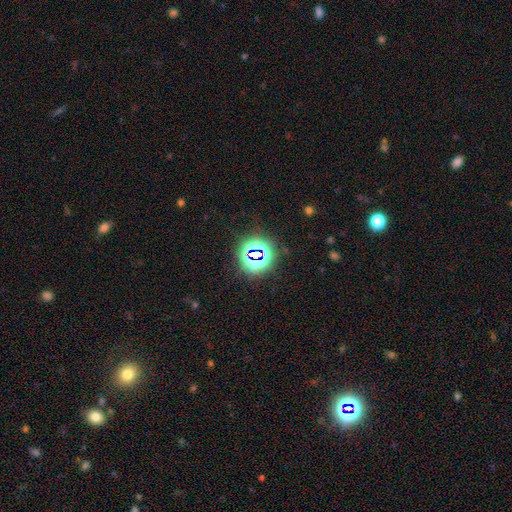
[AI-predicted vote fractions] The model was most divided on "smooth or featured": star or artifact: 74%, smooth: 18%, featured or disk: 8%.